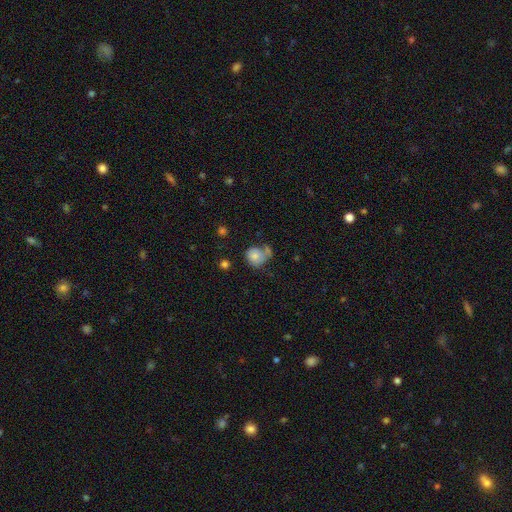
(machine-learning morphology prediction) Smooth or featured?
  - smooth: 73% *
  - featured or disk: 18%
  - star or artifact: 9%
How rounded?
  - round: 75% *
  - in between: 24%
  - cigar-shaped: 1%
Merging?
  - none: 40% *
  - minor disturbance: 23%
  - merger: 21%
  - major disturbance: 16%